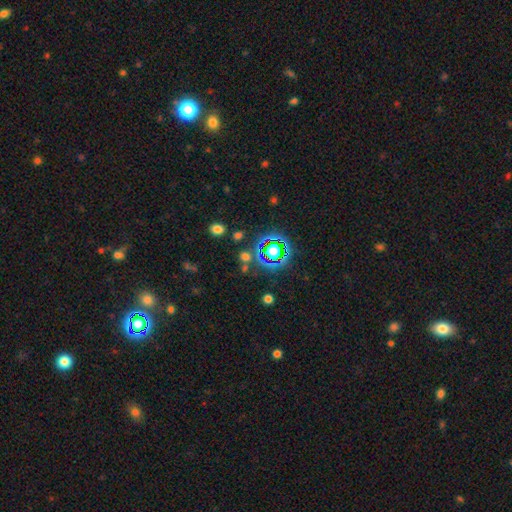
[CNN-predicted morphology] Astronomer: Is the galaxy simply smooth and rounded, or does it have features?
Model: star or artifact — 73%.